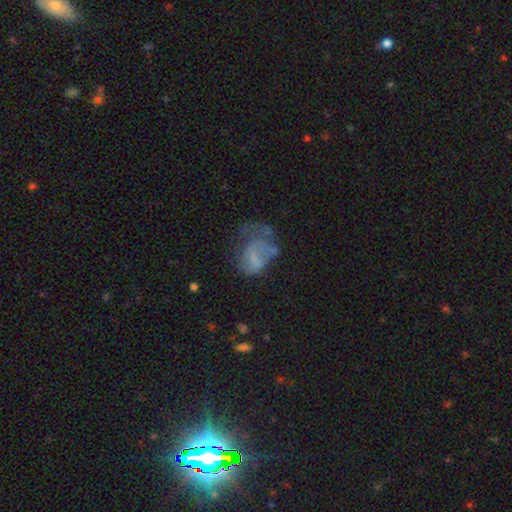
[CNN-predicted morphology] Overall: featured or disk (44%; smooth 43%). Merging: major disturbance (49%; none 23%).